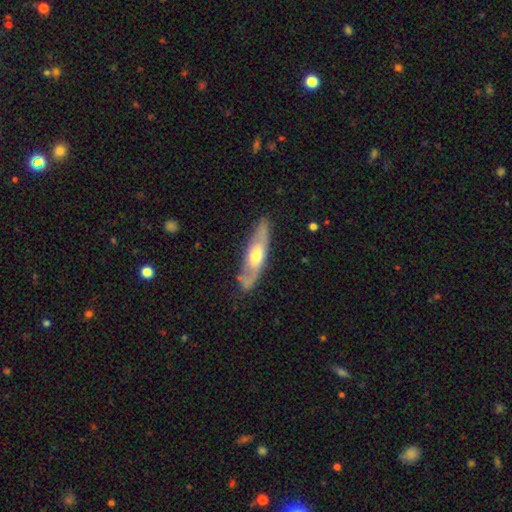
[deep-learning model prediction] The model was most divided on "edge-on disk": no: 57%, yes: 43%. More confident: merging — none (79%); smooth or featured — featured or disk (57%).